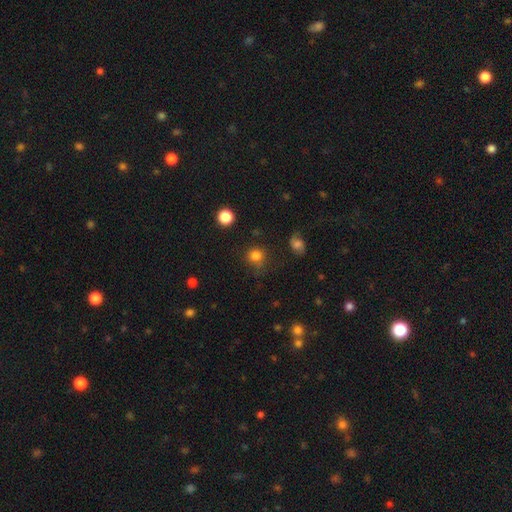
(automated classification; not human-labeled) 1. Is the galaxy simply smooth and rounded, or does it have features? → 81% smooth, 13% star or artifact, 5% featured or disk.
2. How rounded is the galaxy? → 89% round, 10% in between, 1% cigar-shaped.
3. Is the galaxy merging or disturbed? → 74% none, 16% minor disturbance, 7% major disturbance, 3% merger.